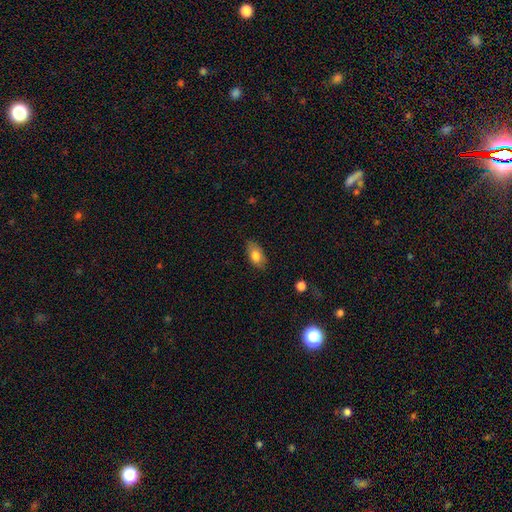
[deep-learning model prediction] This is likely a smooth galaxy (79%). How rounded: clearly in between (90%). Merging: clearly none (80%).